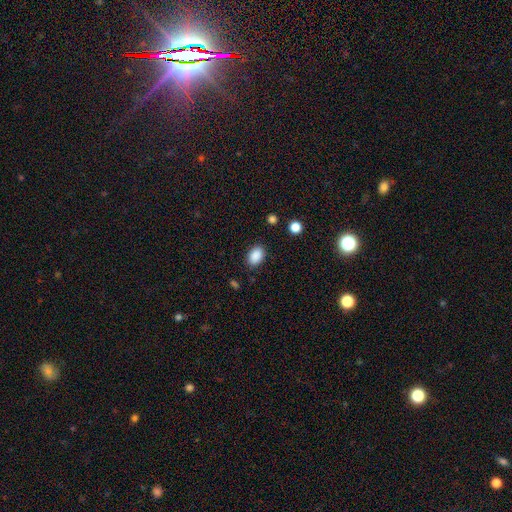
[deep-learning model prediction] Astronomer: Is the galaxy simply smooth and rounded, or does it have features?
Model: smooth — 89%.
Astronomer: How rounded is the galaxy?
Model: in between — 83%.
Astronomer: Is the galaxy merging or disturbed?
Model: none — 86%.